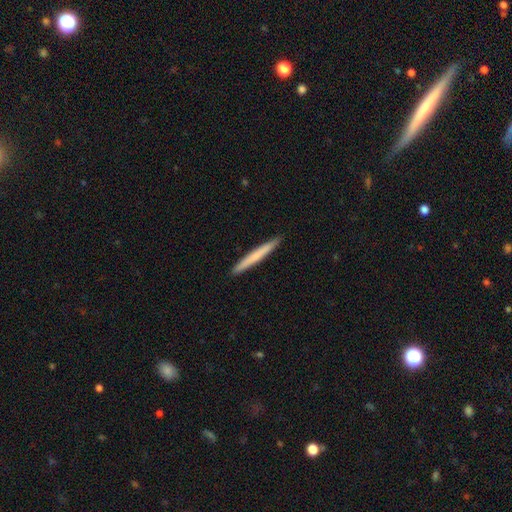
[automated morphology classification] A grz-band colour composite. It shows a smooth galaxy with no disk features (63%) that is cigar-shaped (97%). Merging: none (93%).